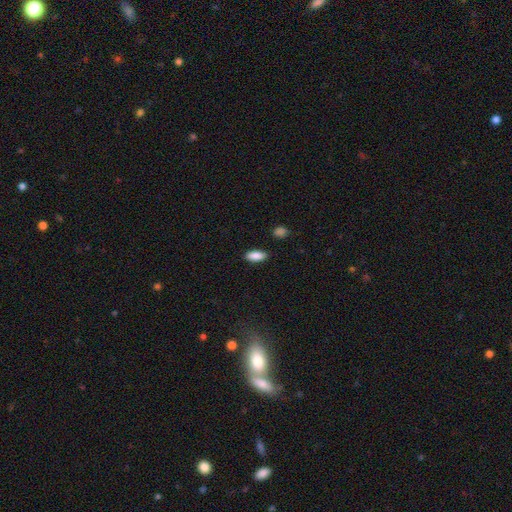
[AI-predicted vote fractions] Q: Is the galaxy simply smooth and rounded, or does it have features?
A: smooth — 89%.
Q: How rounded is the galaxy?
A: in between — 86%.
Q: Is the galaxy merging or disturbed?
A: none — 87%.